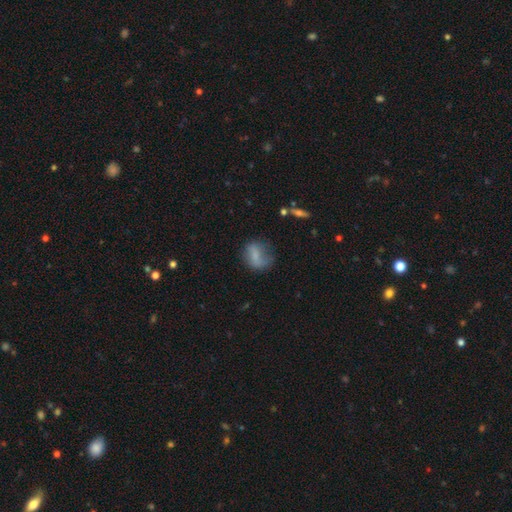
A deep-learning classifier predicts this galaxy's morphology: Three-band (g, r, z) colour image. It shows a smooth galaxy with no disk features (64%) that is in between round and cigar-shaped (53%). Merging: none (48%).